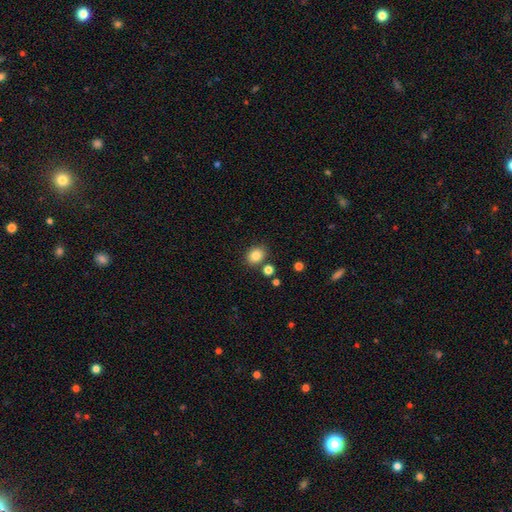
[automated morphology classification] Smooth or featured: smooth — 83% (star or artifact — 11%)
How rounded: round — 54% (in between — 45%)
Merging: none — 80% (minor disturbance — 10%)